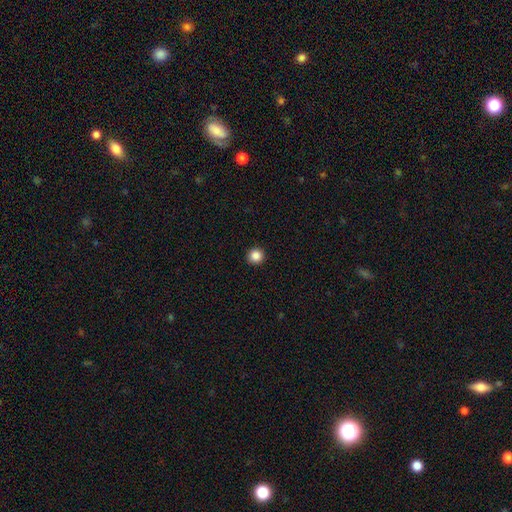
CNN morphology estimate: Overall: smooth (86%). How rounded: round (95%). Merging: none (93%).